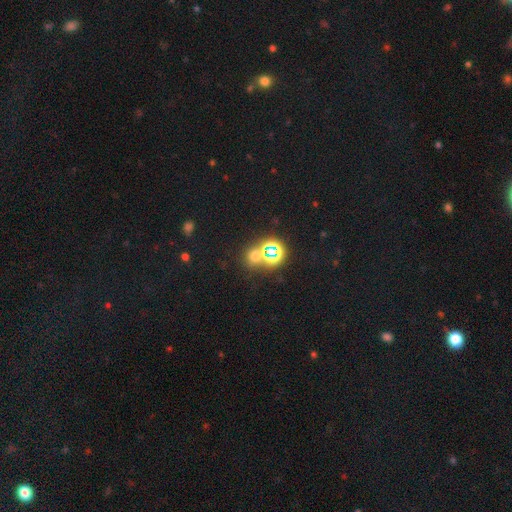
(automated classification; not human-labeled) Smooth or featured? Predicted: smooth (p=0.48). Merging? Predicted: none (p=0.67).